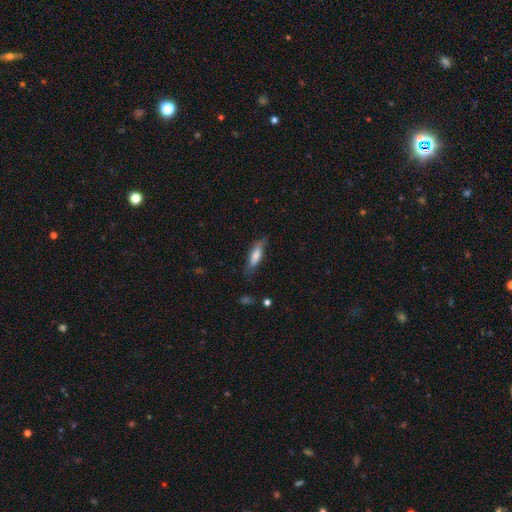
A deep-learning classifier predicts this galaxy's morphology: Smooth or featured: smooth — 68% (featured or disk — 25%)
How rounded: cigar-shaped — 57% (in between — 41%)
Merging: none — 69% (minor disturbance — 23%)